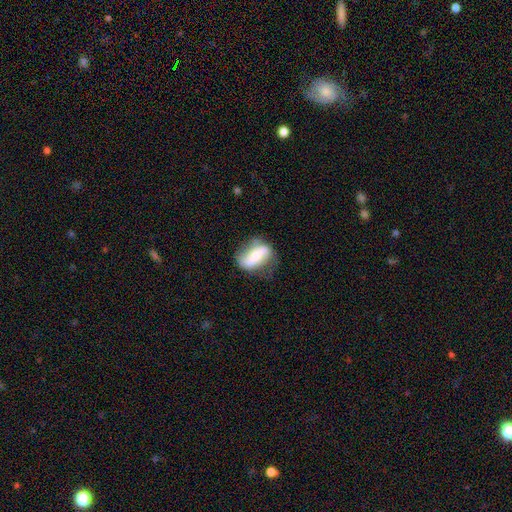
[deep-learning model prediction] This appears to be a featured or disk galaxy (56%). Merging: none (59%).